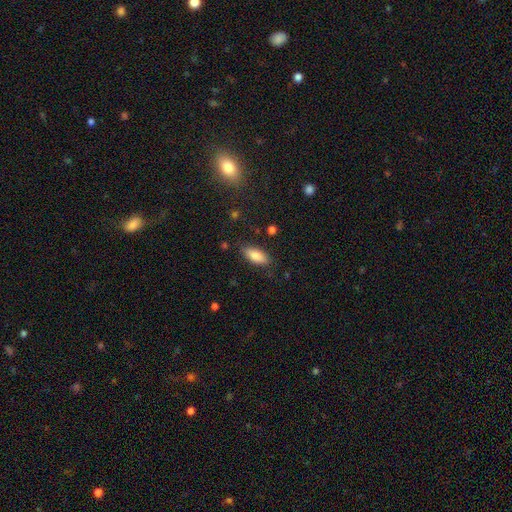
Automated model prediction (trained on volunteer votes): Q: Smooth or featured?
A: smooth (82%); runner-up: featured or disk (11%)
Q: How rounded?
A: in between (82%); runner-up: cigar-shaped (15%)
Q: Merging?
A: none (82%); runner-up: minor disturbance (13%)